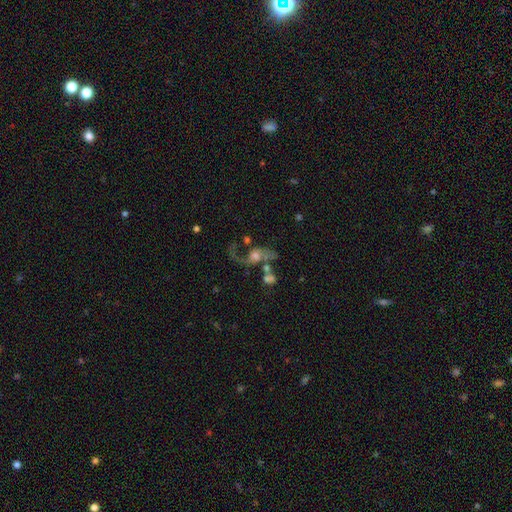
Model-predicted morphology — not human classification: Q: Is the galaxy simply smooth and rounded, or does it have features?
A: featured or disk — 71%.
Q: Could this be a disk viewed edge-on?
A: no — 96%.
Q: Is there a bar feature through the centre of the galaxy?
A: no — 71%.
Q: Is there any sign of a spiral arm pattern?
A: yes — 78%.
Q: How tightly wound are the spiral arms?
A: loose — 80%.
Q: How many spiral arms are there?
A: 2 — 64%.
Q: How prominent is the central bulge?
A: moderate — 53%.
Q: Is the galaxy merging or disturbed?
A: major disturbance — 31%.